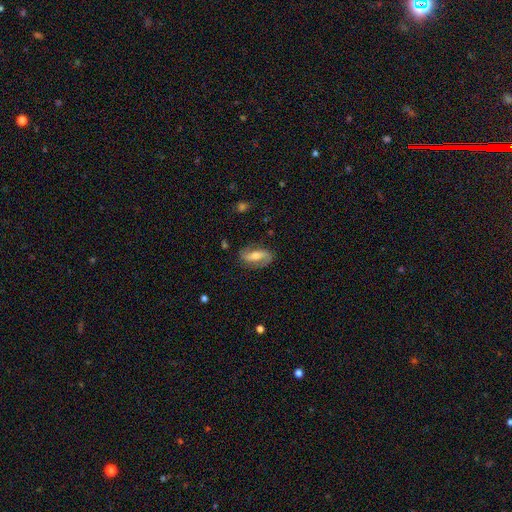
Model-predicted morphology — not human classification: This is likely a featured or disk galaxy (75%). It is clearly not viewed edge-on (93%). Bar: marginally strong (38%). Spiral arm pattern: clearly yes (92%). Spiral arm count: clearly 2 (89%). Spiral winding: marginally loose (44%). Central bulge: possibly moderate (57%). Merging: likely none (80%).